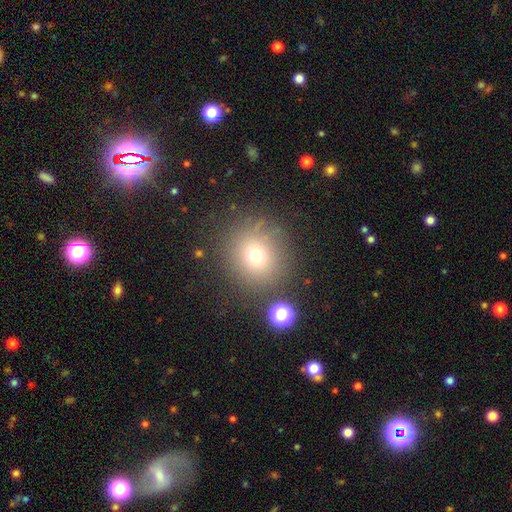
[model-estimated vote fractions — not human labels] Morphology: type=smooth (69%); roundness=round (89%); merging=none (81%).